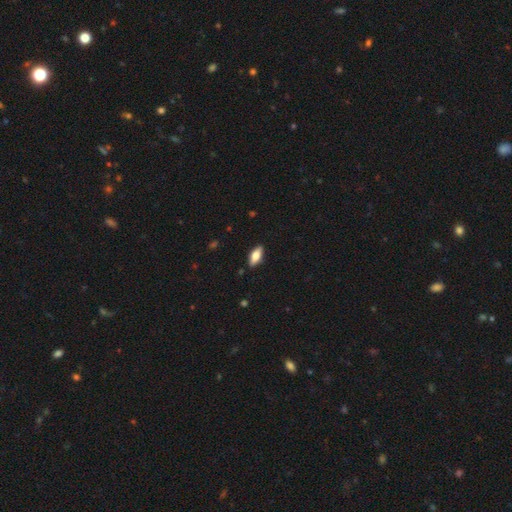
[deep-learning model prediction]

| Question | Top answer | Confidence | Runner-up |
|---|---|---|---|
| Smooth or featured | smooth | 68% | featured or disk (26%) |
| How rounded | in between | 78% | cigar-shaped (19%) |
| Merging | none | 87% | minor disturbance (10%) |